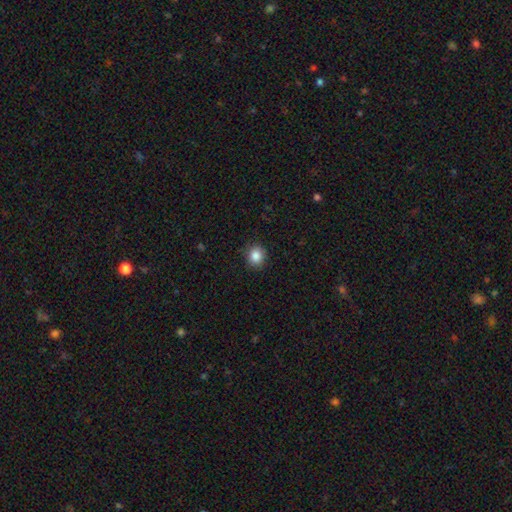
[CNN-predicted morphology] This is clearly a smooth galaxy (86%). How rounded: likely round (78%). Merging: clearly none (89%).